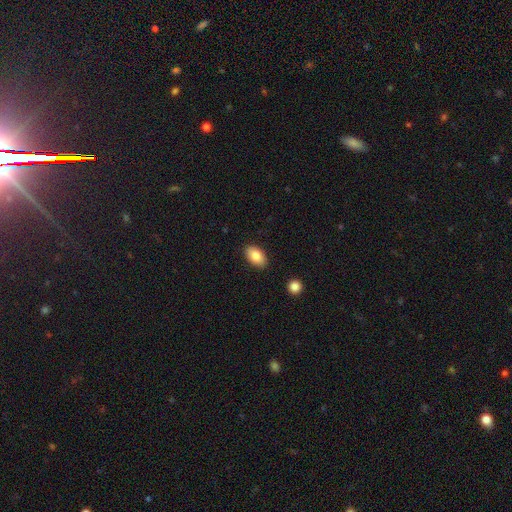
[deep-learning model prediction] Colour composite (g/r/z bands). It shows a smooth galaxy with no disk features (84%) that is in between round and cigar-shaped (93%). Merging: none (87%).